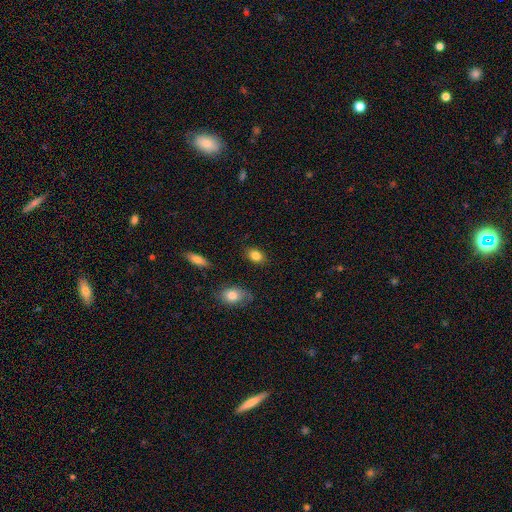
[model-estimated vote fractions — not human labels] The model was most divided on "how rounded": in between: 72%, round: 27%, cigar-shaped: 2%. More confident: merging — none (86%); smooth or featured — smooth (84%).